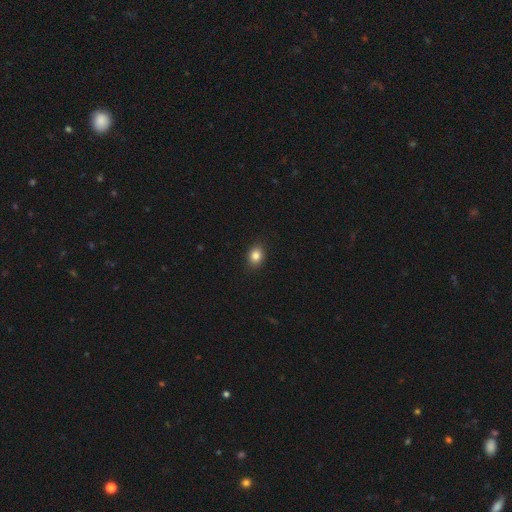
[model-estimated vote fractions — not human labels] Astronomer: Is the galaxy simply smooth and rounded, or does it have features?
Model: smooth — 84%.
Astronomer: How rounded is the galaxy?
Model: in between — 58% (runner-up: round, 41%).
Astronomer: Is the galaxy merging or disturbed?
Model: none — 89%.